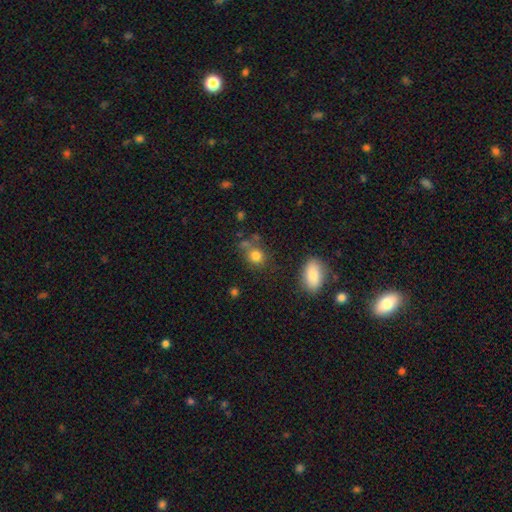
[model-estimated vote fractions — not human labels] A smooth galaxy with no disk features (80%) that is round (68%).

Vote fractions:
- Smooth or featured? smooth: 80% / star or artifact: 12% / featured or disk: 8%
- How rounded? round: 68% / in between: 31% / cigar-shaped: 1%
- Merging? none: 64% / minor disturbance: 16% / merger: 13% / major disturbance: 7%